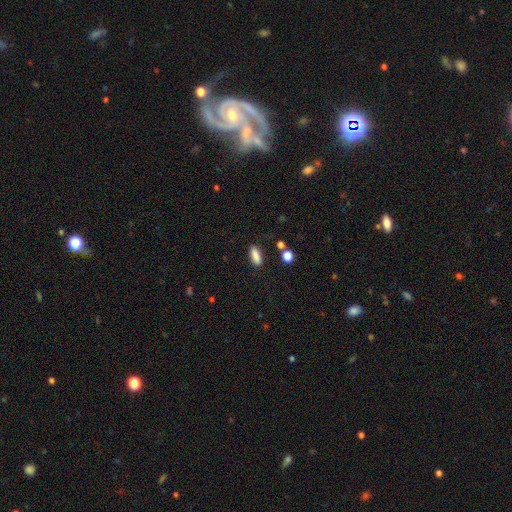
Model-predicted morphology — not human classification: type=smooth (86%); roundness=in between (60%); merging=none (85%).